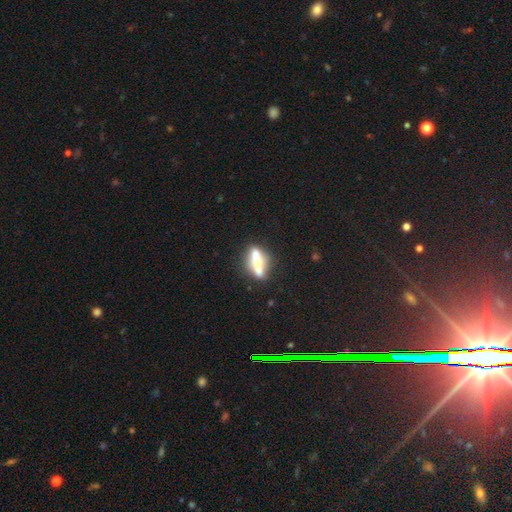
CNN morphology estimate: Smooth or featured? smooth (51%)
How rounded? cigar-shaped (68%)
Merging? none (65%)